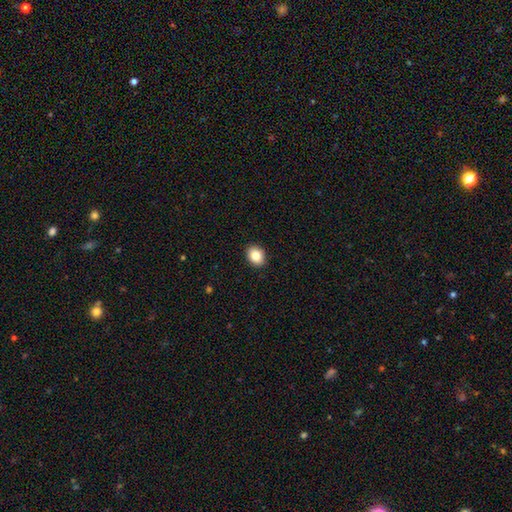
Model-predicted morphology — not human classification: smooth 84%, star or artifact 9%, featured or disk 7%. Down the decision tree: how rounded — in between (59%); merging — none (91%).